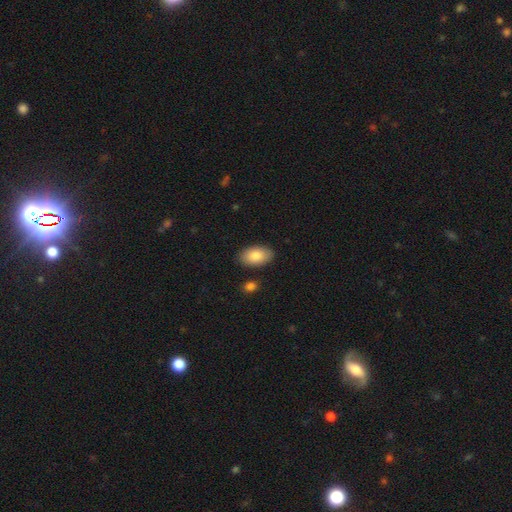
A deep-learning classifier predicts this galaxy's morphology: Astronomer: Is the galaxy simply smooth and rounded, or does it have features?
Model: smooth — 86%.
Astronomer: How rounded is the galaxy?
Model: in between — 94%.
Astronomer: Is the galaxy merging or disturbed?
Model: none — 85%.